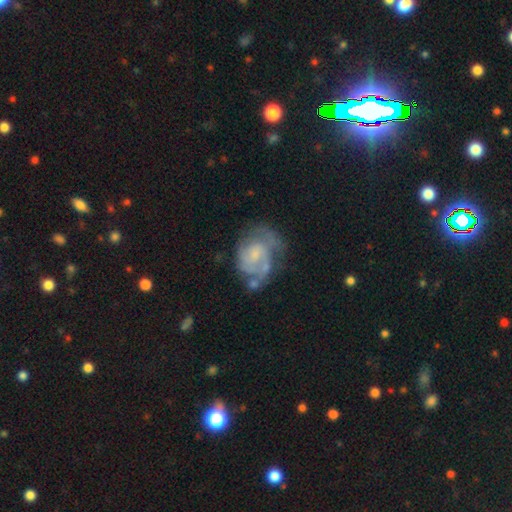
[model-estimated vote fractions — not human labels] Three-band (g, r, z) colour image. It shows a featured or disk galaxy (72%) with no bar (67%), tight (45%) spiral arms (77%) and a small central bulge (49%). Merging: none (43%).